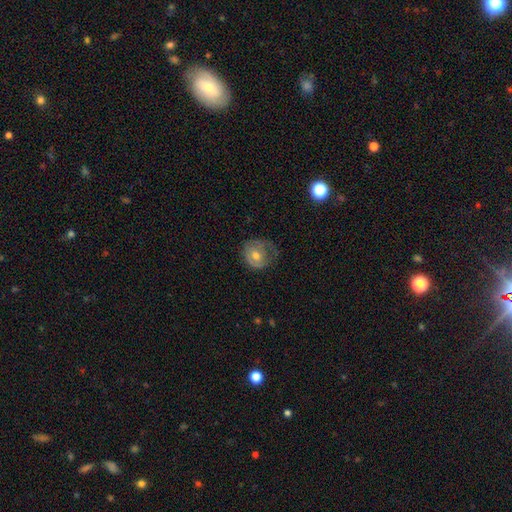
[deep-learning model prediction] Smooth or featured? Predicted: featured or disk (p=0.49). Merging? Predicted: none (p=0.55).